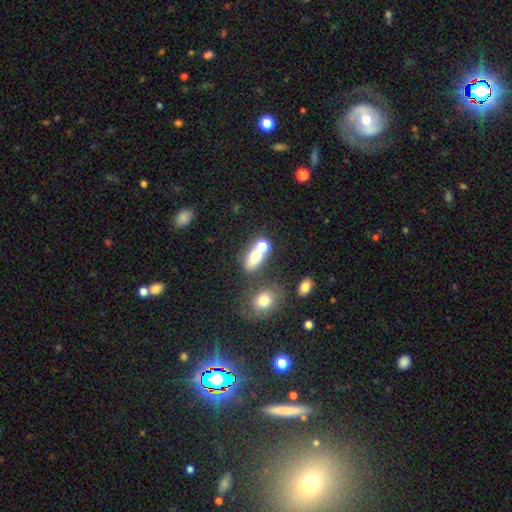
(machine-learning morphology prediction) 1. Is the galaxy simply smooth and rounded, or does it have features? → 68% smooth, 19% featured or disk, 13% star or artifact.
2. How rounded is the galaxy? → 65% in between, 31% round, 4% cigar-shaped.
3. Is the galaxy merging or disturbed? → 50% merger, 33% none, 10% minor disturbance, 7% major disturbance.